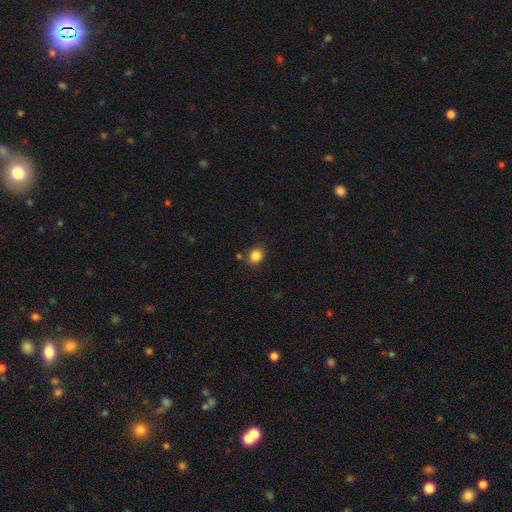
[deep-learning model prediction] A smooth galaxy with no disk features (84%) that is round (72%).

Vote fractions:
- Smooth or featured? smooth: 84% / star or artifact: 11% / featured or disk: 5%
- How rounded? round: 72% / in between: 27% / cigar-shaped: 1%
- Merging? none: 81% / minor disturbance: 10% / merger: 5% / major disturbance: 3%